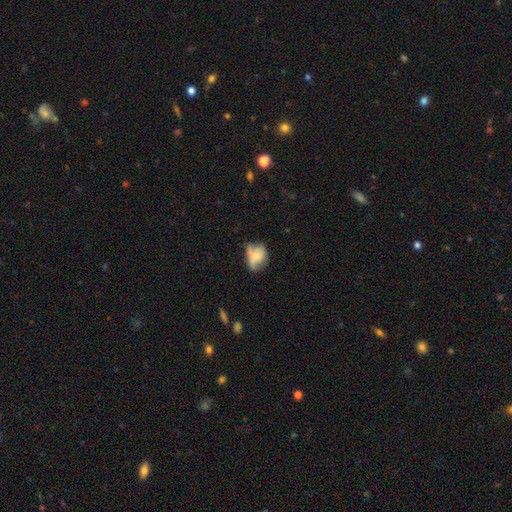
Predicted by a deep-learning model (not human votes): Overall: smooth (60%; featured or disk 30%). How rounded: in between (61%; round 37%). Merging: none (38%; minor disturbance 35%).